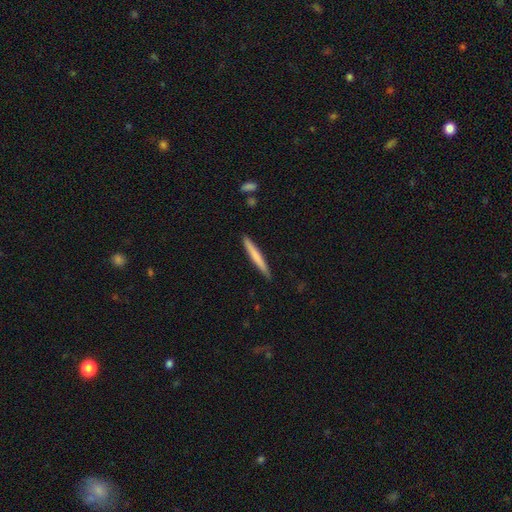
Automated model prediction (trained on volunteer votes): This appears to be a smooth galaxy with no disk features (67%) that is cigar-shaped (96%). Merging: none (89%).